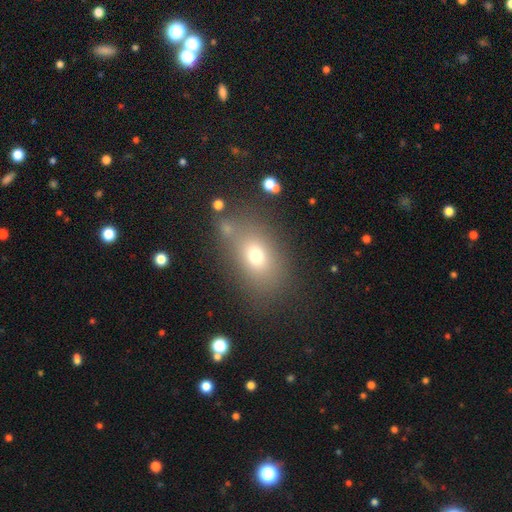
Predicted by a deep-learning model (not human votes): smooth 69%, star or artifact 16%, featured or disk 15%. Down the decision tree: how rounded — in between (74%); merging — none (74%).